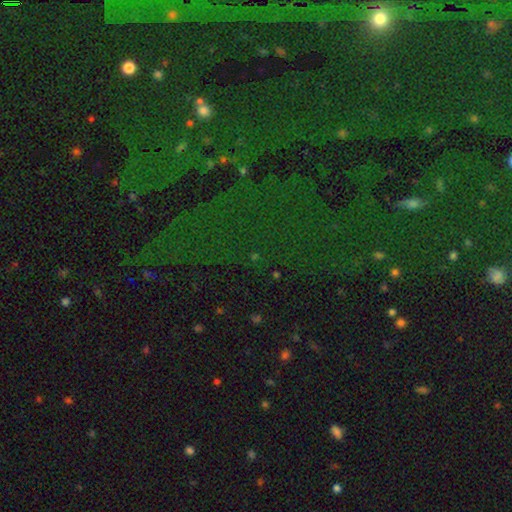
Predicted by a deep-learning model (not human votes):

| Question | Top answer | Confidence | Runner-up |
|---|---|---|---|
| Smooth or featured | star or artifact | 79% | smooth (12%) |